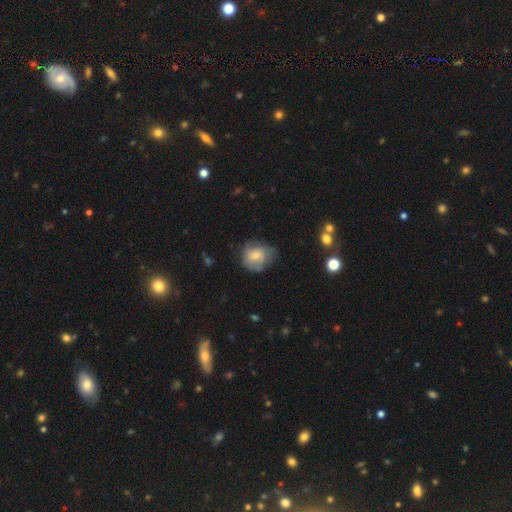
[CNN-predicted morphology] Q: Smooth or featured?
A: smooth (53%); runner-up: featured or disk (39%)
Q: How rounded?
A: round (71%); runner-up: in between (28%)
Q: Merging?
A: none (51%); runner-up: minor disturbance (32%)